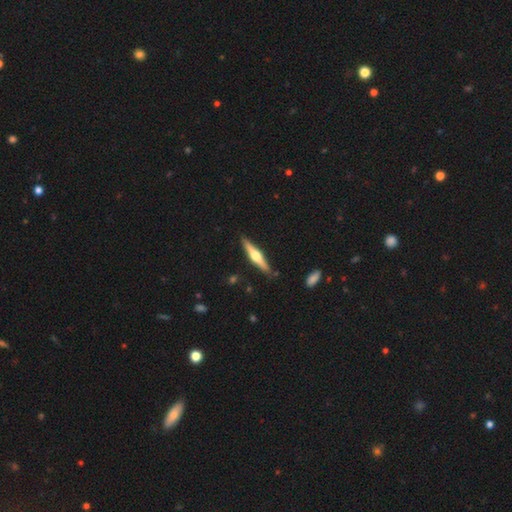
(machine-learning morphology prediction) smooth_or_featured: featured or disk (p=0.66) [alt: smooth p=0.29]
disk_edge_on: yes (p=0.97) [alt: no p=0.03]
edge_on_bulge: rounded (p=0.93) [alt: boxy p=0.04]
merging: none (p=0.89) [alt: minor disturbance p=0.08]